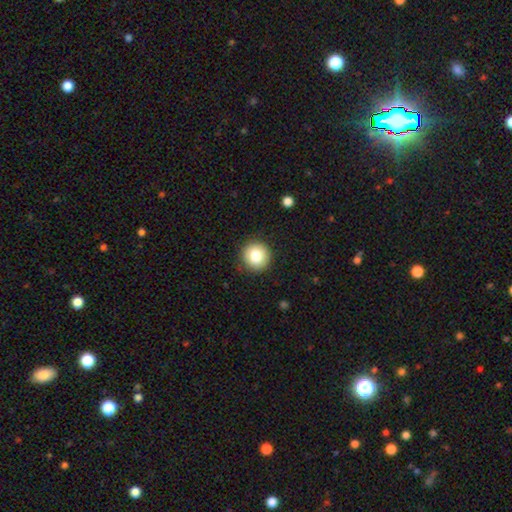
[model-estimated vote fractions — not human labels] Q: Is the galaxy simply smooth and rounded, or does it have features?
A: smooth — 81%.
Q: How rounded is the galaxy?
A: round — 94%.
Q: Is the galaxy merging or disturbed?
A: none — 91%.